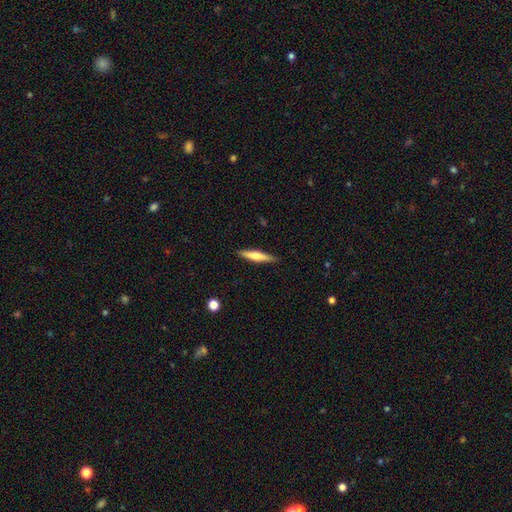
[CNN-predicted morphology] The model was most divided on "smooth or featured": featured or disk: 48%, smooth: 46%, star or artifact: 6%. More confident: merging — none (89%).